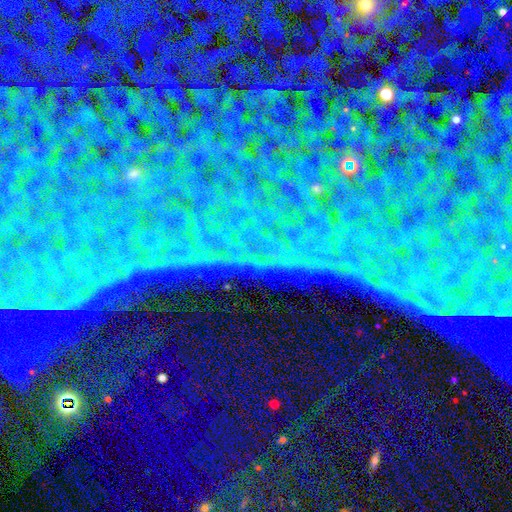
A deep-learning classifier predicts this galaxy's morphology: A star or artifact, not a galaxy (87%).

Vote fractions:
- Smooth or featured? star or artifact: 87% / featured or disk: 7% / smooth: 6%